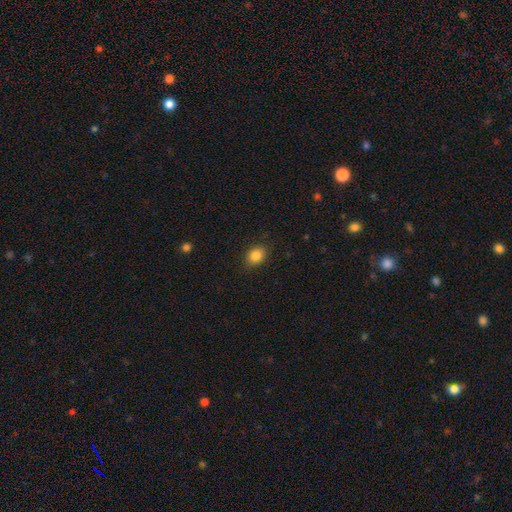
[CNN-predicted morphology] Smooth or featured: smooth — 85% (star or artifact — 9%)
How rounded: in between — 64% (round — 35%)
Merging: none — 86% (minor disturbance — 11%)